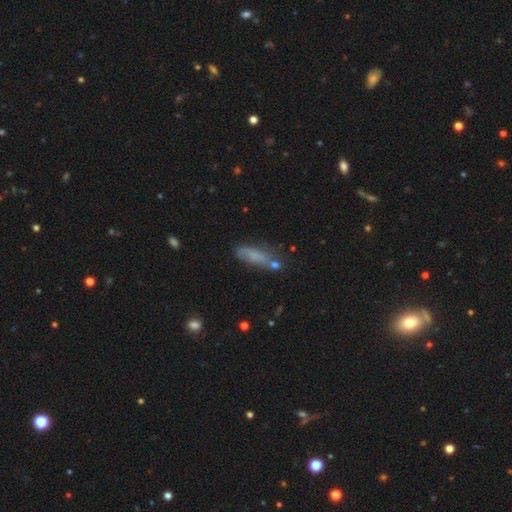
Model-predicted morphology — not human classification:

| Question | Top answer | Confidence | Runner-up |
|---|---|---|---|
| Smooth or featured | smooth | 64% | featured or disk (23%) |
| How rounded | cigar-shaped | 55% | in between (41%) |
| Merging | none | 55% | minor disturbance (24%) |